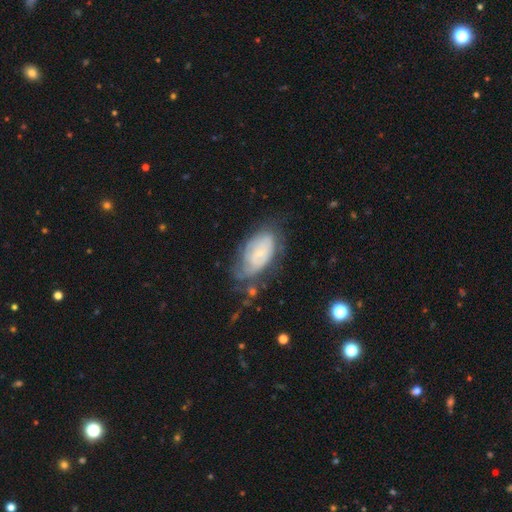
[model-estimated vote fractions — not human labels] smooth-or-featured: featured or disk: 56% | smooth: 33% | star or artifact: 11%
  disk-edge-on: no: 92% | yes: 8%
    bar: no: 71% | weak: 24% | strong: 5%
    has-spiral-arms: yes: 78% | no: 22%
    bulge-size: small: 65% | moderate: 16% | none: 13% | large: 3% | dominant: 2%
  merging: none: 55% | minor disturbance: 27% | major disturbance: 15% | merger: 3%